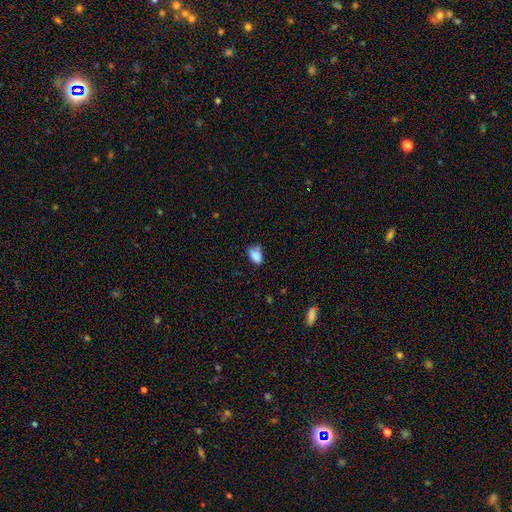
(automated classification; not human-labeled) Smooth or featured? smooth (83%)
How rounded? in between (88%)
Merging? none (47%)